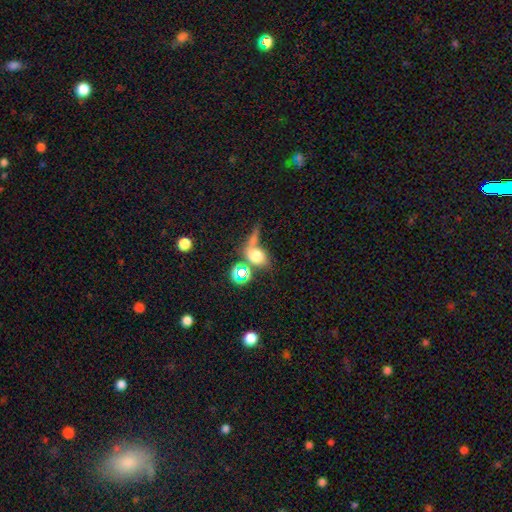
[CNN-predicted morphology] type=smooth (62%); roundness=in between (53%); merging=merger (37%).